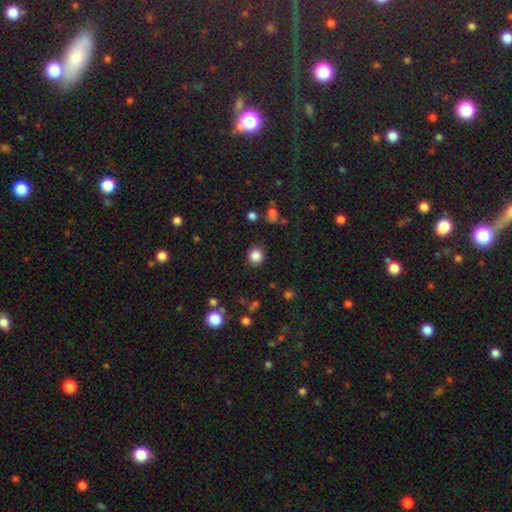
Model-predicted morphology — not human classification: A smooth galaxy with no disk features (85%) that is round (87%). Merging: none (89%).